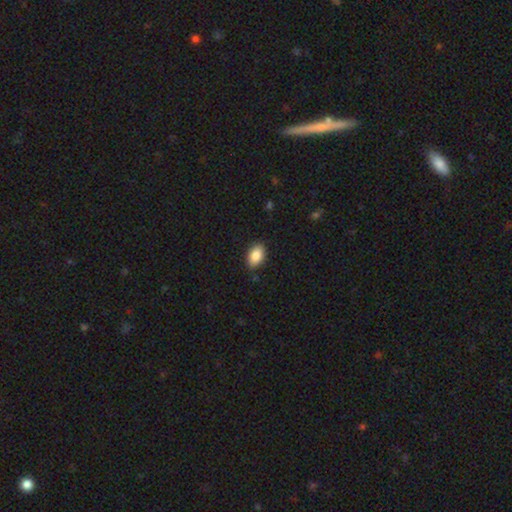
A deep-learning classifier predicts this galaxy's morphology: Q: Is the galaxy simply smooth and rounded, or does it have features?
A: smooth — 87%.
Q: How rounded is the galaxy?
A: in between — 90%.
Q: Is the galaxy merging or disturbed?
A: none — 87%.